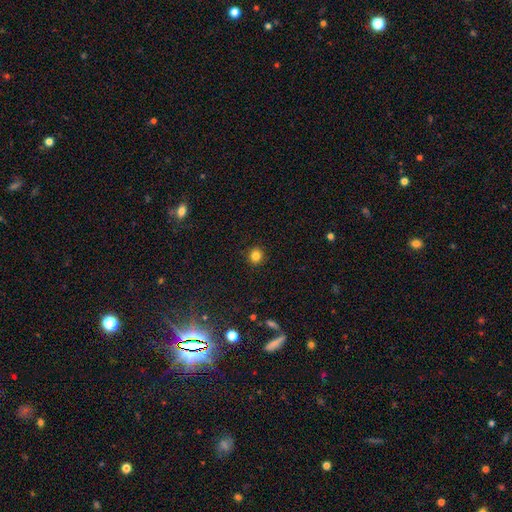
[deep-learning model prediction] smooth-or-featured: smooth: 83% | star or artifact: 12% | featured or disk: 5%
  how-rounded: round: 87% | in between: 12% | cigar-shaped: 1%
  merging: none: 92% | minor disturbance: 5% | major disturbance: 2% | merger: 1%